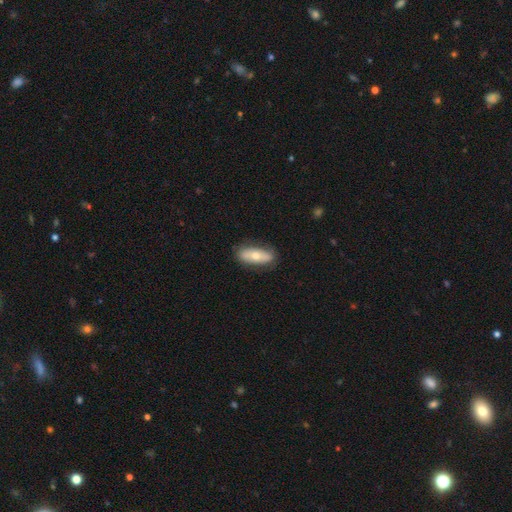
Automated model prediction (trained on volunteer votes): smooth-or-featured: smooth: 61% | featured or disk: 33% | star or artifact: 6%
  how-rounded: in between: 76% | cigar-shaped: 21% | round: 3%
  merging: none: 82% | minor disturbance: 14% | major disturbance: 3% | merger: 1%